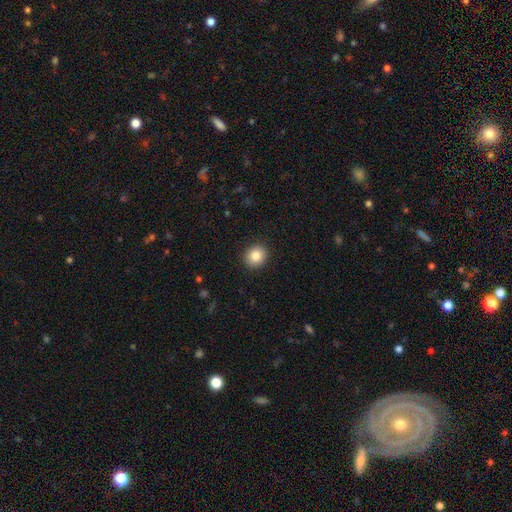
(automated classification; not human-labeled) Morphology: type=smooth (85%); roundness=round (80%); merging=none (91%).